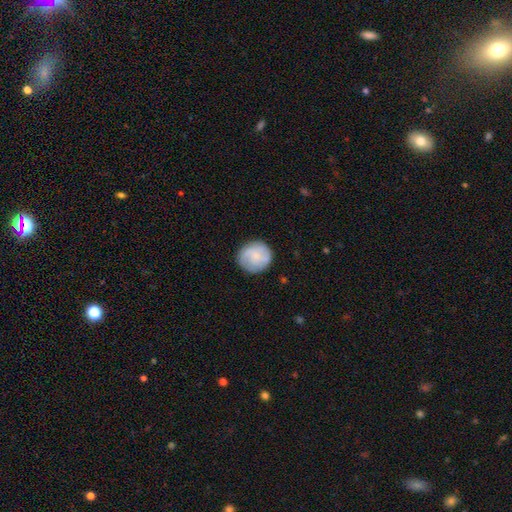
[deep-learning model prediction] A smooth galaxy with no disk features (57%) that is round (92%).

Vote fractions:
- Smooth or featured? smooth: 57% / featured or disk: 36% / star or artifact: 7%
- How rounded? round: 92% / in between: 7% / cigar-shaped: 1%
- Merging? none: 84% / minor disturbance: 11% / major disturbance: 3% / merger: 1%